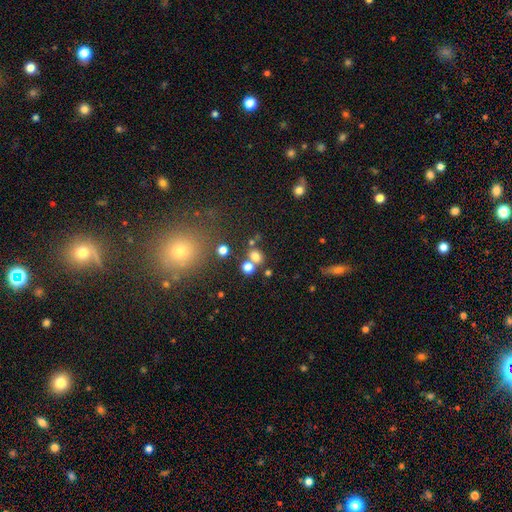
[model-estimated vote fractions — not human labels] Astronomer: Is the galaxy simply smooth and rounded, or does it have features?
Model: smooth — 54% (runner-up: star or artifact, 33%).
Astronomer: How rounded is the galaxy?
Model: round — 74%.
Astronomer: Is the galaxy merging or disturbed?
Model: none — 70%.